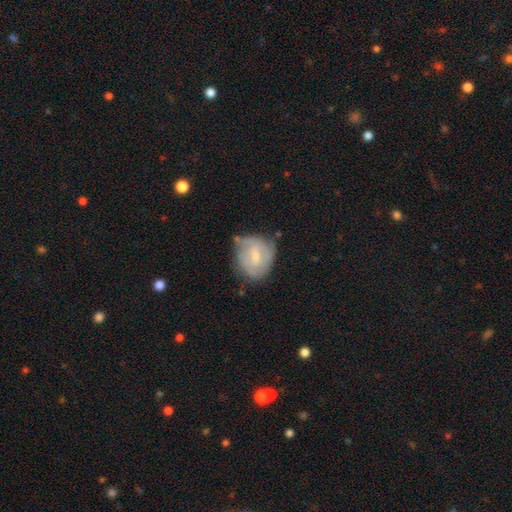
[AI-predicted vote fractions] A featured or disk galaxy (53%) with a weak bar (54%), spiral arms (63%) and a small central bulge (58%).

Vote fractions:
- Smooth or featured? featured or disk: 53% / smooth: 41% / star or artifact: 7%
- Edge-on disk? no: 97% / yes: 3%
- Bar? weak: 54% / no: 35% / strong: 11%
- Spiral arms? yes: 63% / no: 37%
- Bulge size? small: 58% / moderate: 34% / none: 6% / large: 2% / dominant: 1%
- Merging? none: 55% / minor disturbance: 30% / major disturbance: 10% / merger: 5%